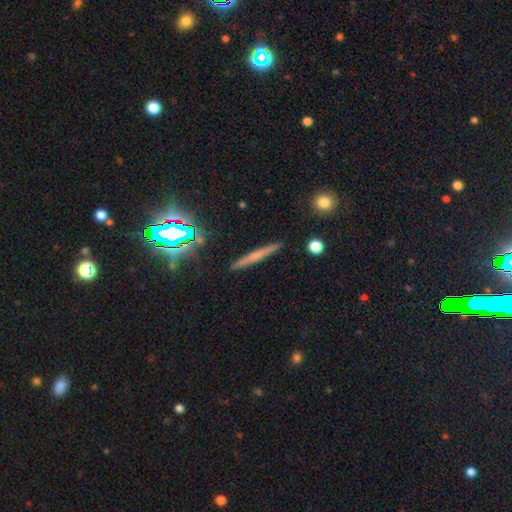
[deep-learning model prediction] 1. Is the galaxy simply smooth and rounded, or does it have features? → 48% smooth, 36% featured or disk, 16% star or artifact.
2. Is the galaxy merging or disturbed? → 90% none, 7% minor disturbance, 2% major disturbance, 2% merger.